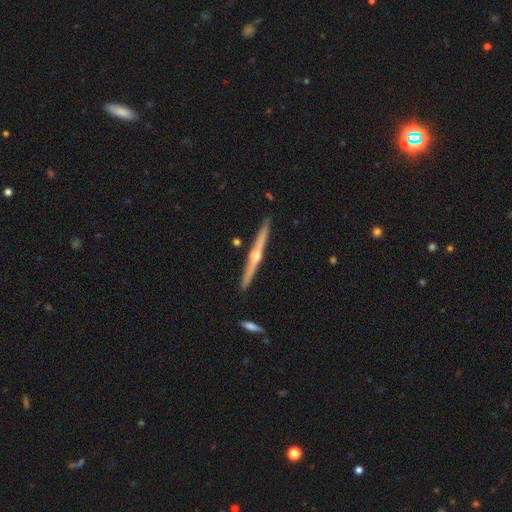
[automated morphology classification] featured or disk 80%, smooth 15%, star or artifact 5%. Down the decision tree: edge-on disk — yes (98%); edge-on bulge — rounded (89%); merging — none (91%).